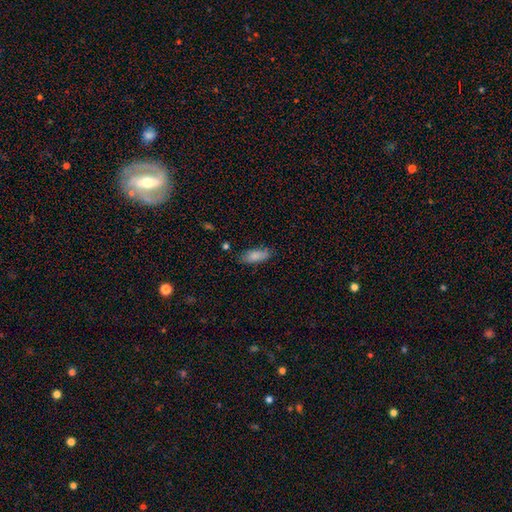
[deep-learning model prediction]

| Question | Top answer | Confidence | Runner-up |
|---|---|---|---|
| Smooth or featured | smooth | 83% | featured or disk (10%) |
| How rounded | in between | 77% | cigar-shaped (20%) |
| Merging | none | 76% | minor disturbance (18%) |